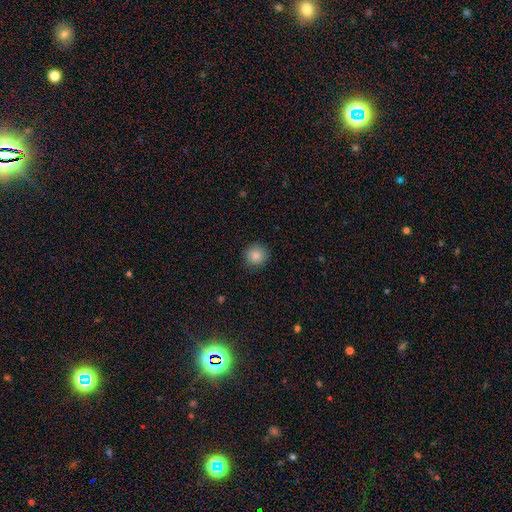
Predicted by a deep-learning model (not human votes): Morphology: type=smooth (86%); roundness=round (93%); merging=none (90%).